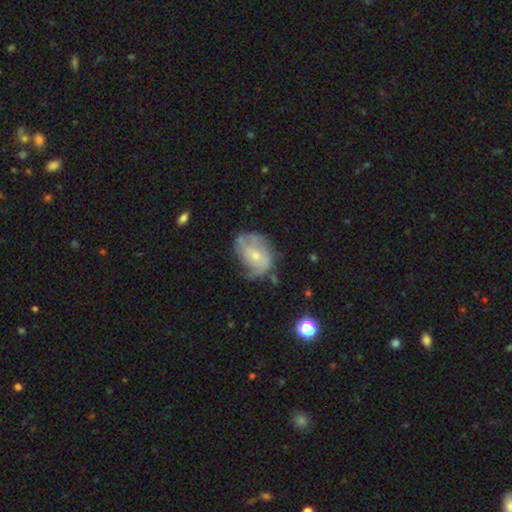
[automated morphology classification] A featured or disk galaxy (63%) with no bar (61%), spiral arms (77%) and a small central bulge (56%).

Vote fractions:
- Smooth or featured? featured or disk: 63% / smooth: 29% / star or artifact: 8%
- Edge-on disk? no: 97% / yes: 3%
- Bar? no: 61% / weak: 32% / strong: 7%
- Spiral arms? yes: 77% / no: 23%
- Bulge size? small: 56% / moderate: 36% / none: 5% / large: 2% / dominant: 1%
- Merging? none: 48% / minor disturbance: 30% / major disturbance: 18% / merger: 3%